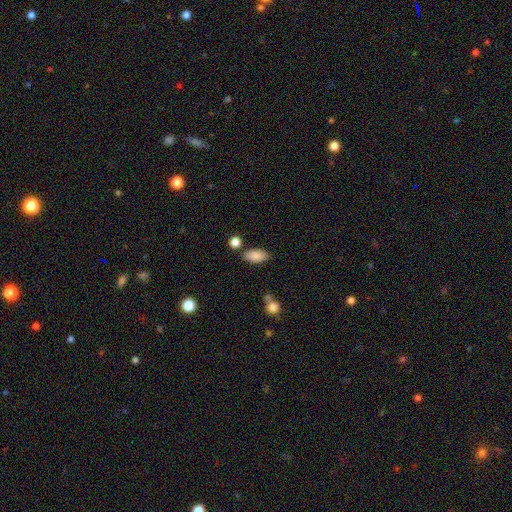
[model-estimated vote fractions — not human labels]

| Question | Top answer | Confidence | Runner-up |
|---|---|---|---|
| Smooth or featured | smooth | 86% | star or artifact (7%) |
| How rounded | in between | 93% | round (4%) |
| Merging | none | 77% | minor disturbance (13%) |